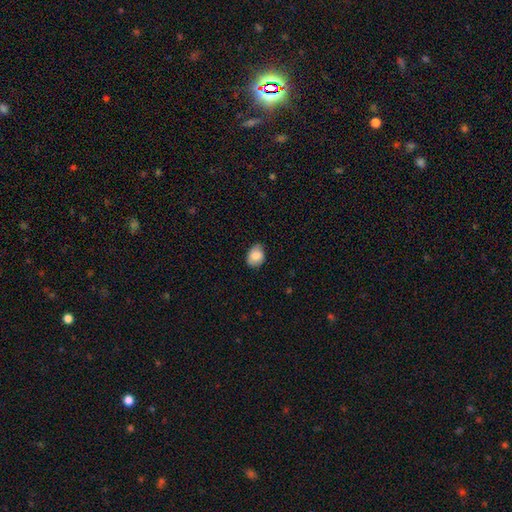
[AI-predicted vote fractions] smooth_or_featured: smooth (p=0.84) [alt: featured or disk p=0.09]
how_rounded: in between (p=0.69) [alt: round p=0.30]
merging: none (p=0.70) [alt: minor disturbance p=0.25]